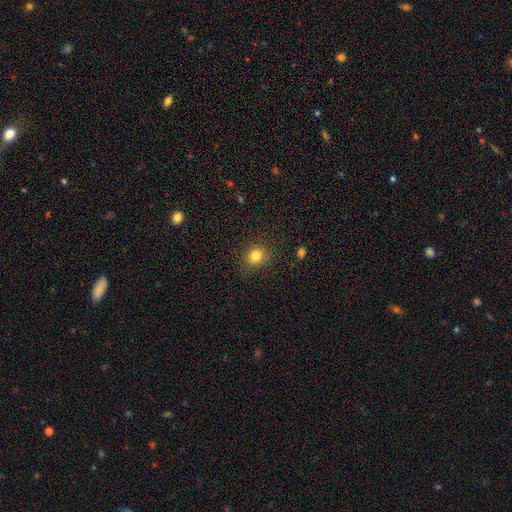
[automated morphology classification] Smooth or featured: smooth — 82% (star or artifact — 12%)
How rounded: round — 71% (in between — 28%)
Merging: none — 85% (minor disturbance — 11%)